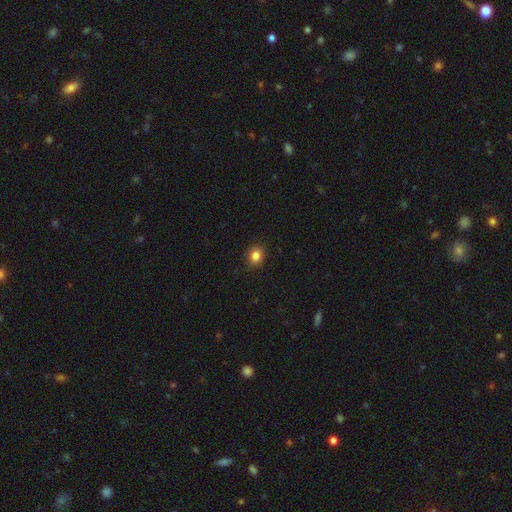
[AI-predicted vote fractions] The model was most divided on "how rounded": round: 61%, in between: 38%, cigar-shaped: 1%. More confident: merging — none (90%); smooth or featured — smooth (84%).